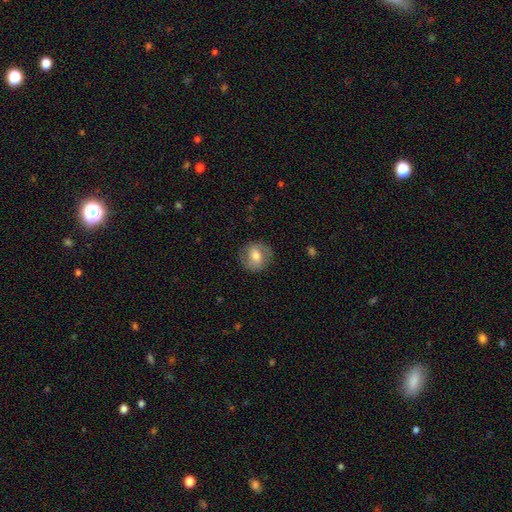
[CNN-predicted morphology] smooth_or_featured: smooth (p=0.56) [alt: featured or disk p=0.36]
how_rounded: round (p=0.79) [alt: in between p=0.20]
merging: none (p=0.81) [alt: minor disturbance p=0.12]